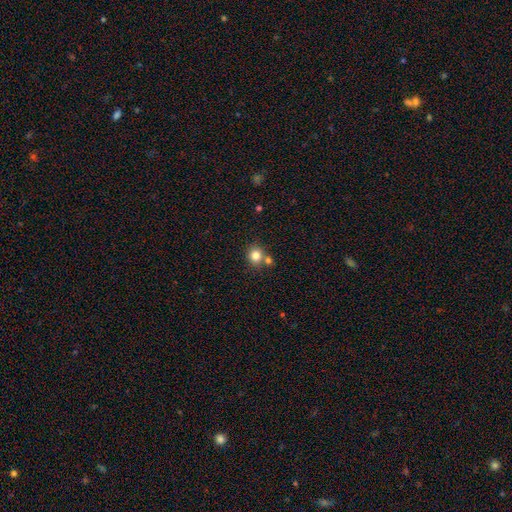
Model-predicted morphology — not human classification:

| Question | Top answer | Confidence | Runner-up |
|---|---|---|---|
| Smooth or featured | smooth | 81% | star or artifact (12%) |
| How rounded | round | 85% | in between (14%) |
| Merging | none | 66% | merger (23%) |